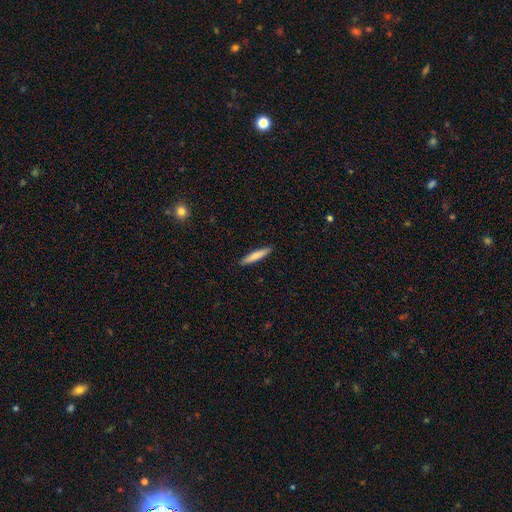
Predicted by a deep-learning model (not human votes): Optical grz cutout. It shows a smooth galaxy with no disk features (77%) that is cigar-shaped (91%). Merging: none (92%).